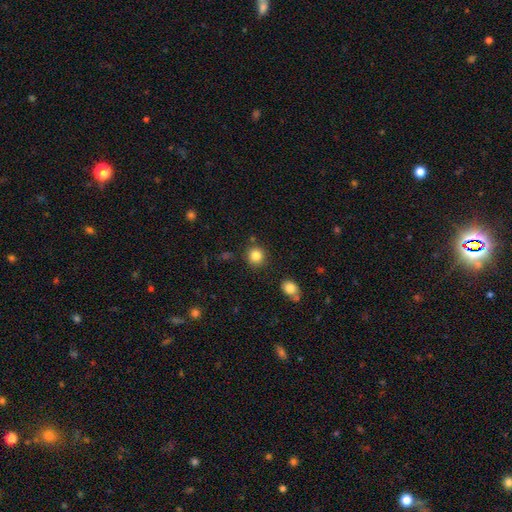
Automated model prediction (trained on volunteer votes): This appears to be a smooth galaxy with no disk features (85%) that is round (91%). Merging: none (86%).